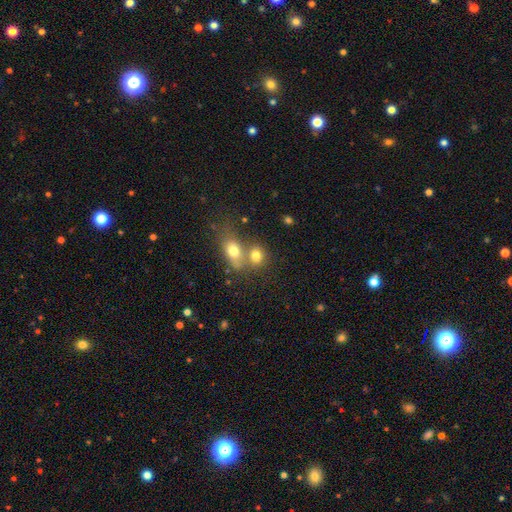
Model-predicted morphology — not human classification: The model was most divided on "how rounded": round: 51%, in between: 46%, cigar-shaped: 2%. More confident: smooth or featured — smooth (76%); merging — merger (53%).